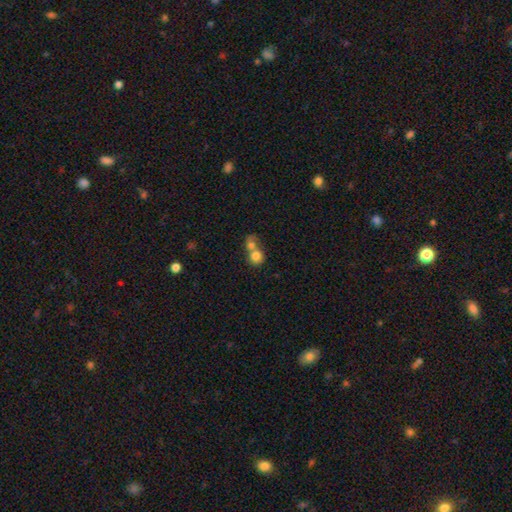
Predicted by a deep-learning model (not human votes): This is likely a smooth galaxy (77%). How rounded: likely round (79%). Merging: likely merger (64%).